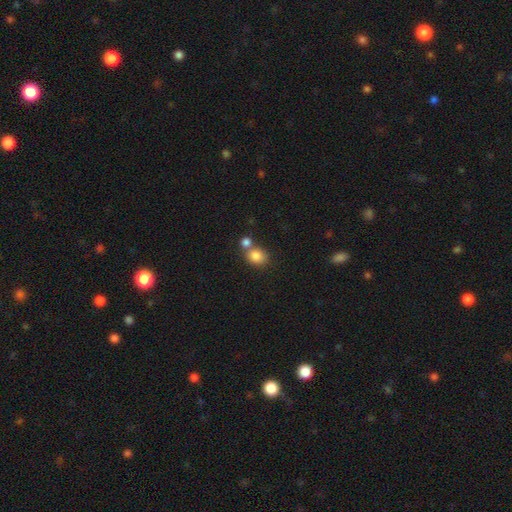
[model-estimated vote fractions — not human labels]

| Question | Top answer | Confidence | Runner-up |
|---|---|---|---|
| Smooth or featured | smooth | 84% | star or artifact (10%) |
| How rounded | round | 63% | in between (36%) |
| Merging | none | 49% | merger (38%) |